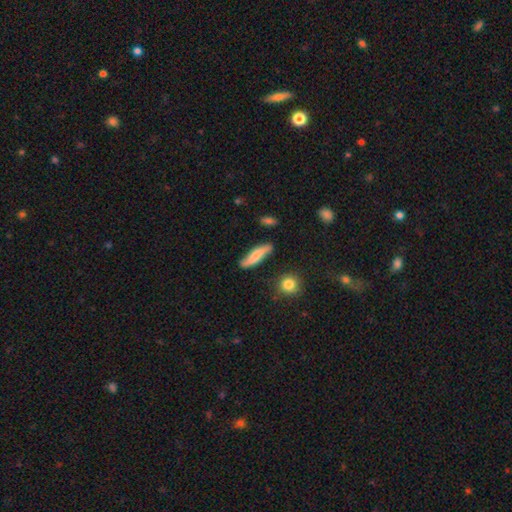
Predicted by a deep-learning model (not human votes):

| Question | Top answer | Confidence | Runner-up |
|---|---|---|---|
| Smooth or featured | smooth | 50% | featured or disk (43%) |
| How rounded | cigar-shaped | 67% | in between (29%) |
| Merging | none | 73% | minor disturbance (19%) |